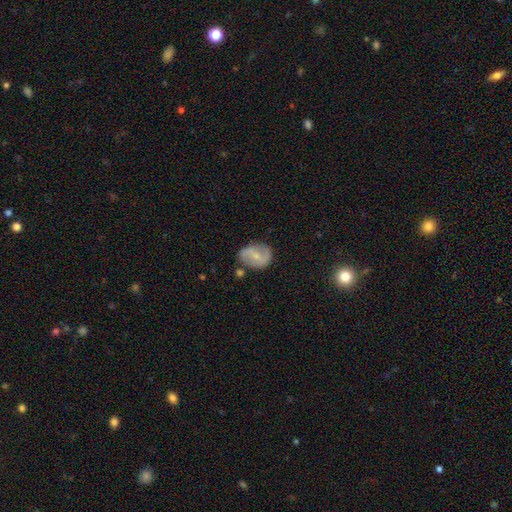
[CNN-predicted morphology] Smooth or featured?
  - featured or disk: 56% *
  - smooth: 37%
  - star or artifact: 7%
Edge-on disk?
  - no: 96% *
  - yes: 4%
Bar?
  - weak: 44% *
  - no: 36%
  - strong: 20%
Spiral arms?
  - yes: 75% *
  - no: 25%
Bulge size?
  - small: 65% *
  - moderate: 28%
  - none: 5%
  - large: 1%
  - dominant: 1%
Merging?
  - none: 70% *
  - minor disturbance: 20%
  - major disturbance: 6%
  - merger: 5%